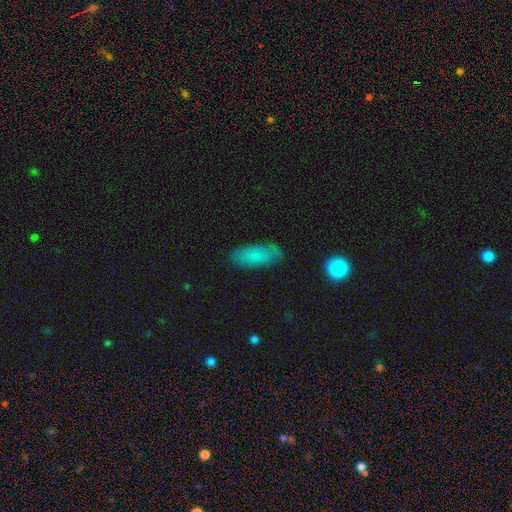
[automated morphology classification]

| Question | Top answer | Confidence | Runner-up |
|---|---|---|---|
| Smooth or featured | smooth | 77% | featured or disk (15%) |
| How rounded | in between | 83% | cigar-shaped (14%) |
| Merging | none | 79% | minor disturbance (16%) |